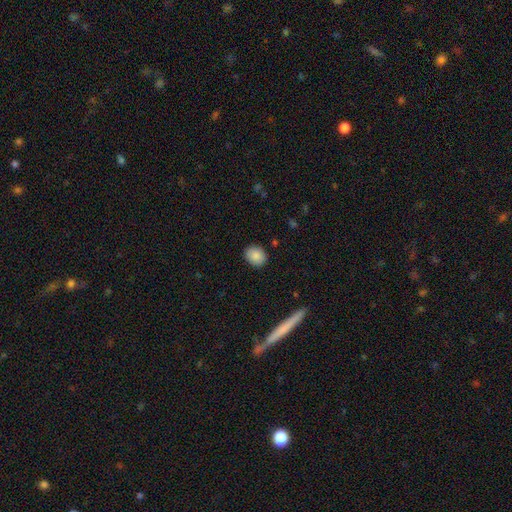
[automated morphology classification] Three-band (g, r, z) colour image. It shows a smooth galaxy with no disk features (87%) that is round (58%). Merging: none (88%).